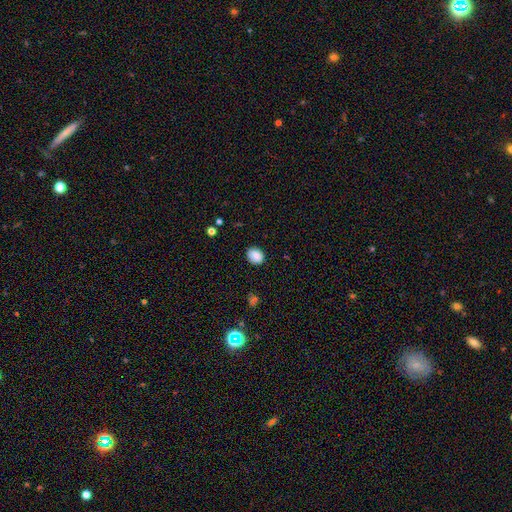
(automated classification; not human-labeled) Overall: smooth (87%). How rounded: round (56%; in between 43%). Merging: none (85%).